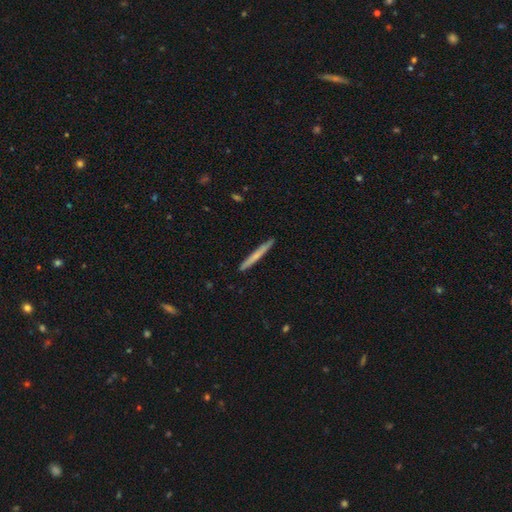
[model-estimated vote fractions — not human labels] A smooth galaxy with no disk features (58%) that is cigar-shaped (97%). Merging: none (91%).